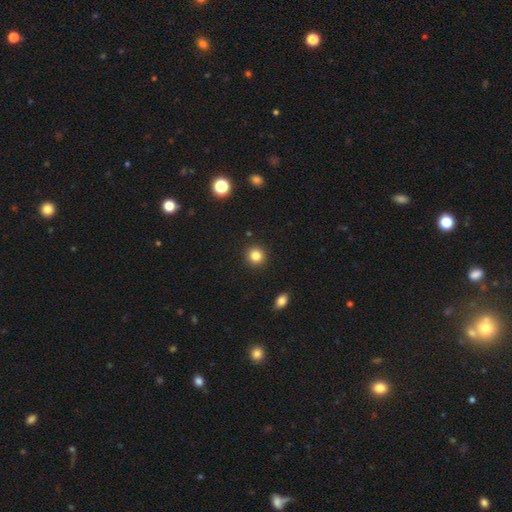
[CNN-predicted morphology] A smooth galaxy with no disk features (84%) that is round (92%).

Vote fractions:
- Smooth or featured? smooth: 84% / star or artifact: 11% / featured or disk: 5%
- How rounded? round: 92% / in between: 7% / cigar-shaped: 1%
- Merging? none: 92% / minor disturbance: 5% / major disturbance: 2% / merger: 1%